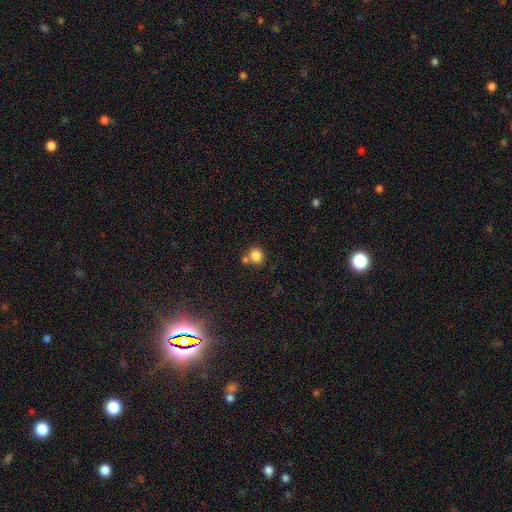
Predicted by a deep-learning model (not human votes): Q: Smooth or featured?
A: smooth (83%); runner-up: star or artifact (11%)
Q: How rounded?
A: round (85%); runner-up: in between (14%)
Q: Merging?
A: none (60%); runner-up: merger (27%)